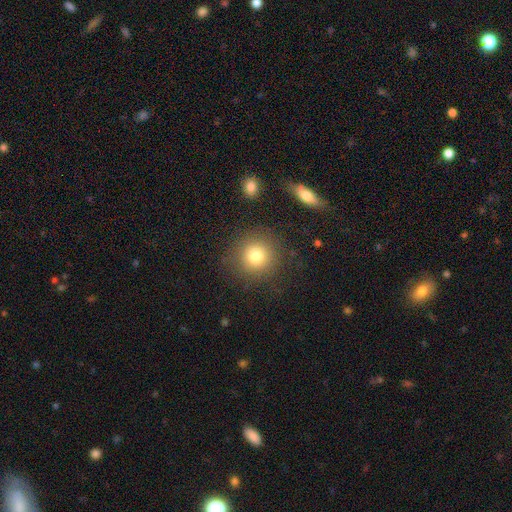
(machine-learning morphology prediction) A smooth galaxy with no disk features (78%) that is round (93%).

Vote fractions:
- Smooth or featured? smooth: 78% / star or artifact: 12% / featured or disk: 9%
- How rounded? round: 93% / in between: 6% / cigar-shaped: 1%
- Merging? none: 85% / minor disturbance: 9% / major disturbance: 4% / merger: 2%